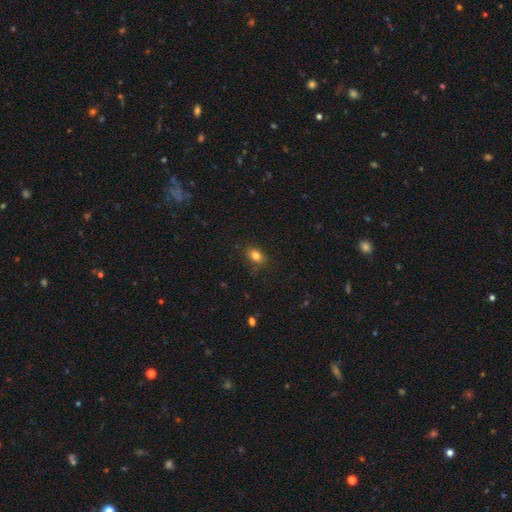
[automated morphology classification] type=smooth (81%); roundness=in between (71%); merging=none (83%).